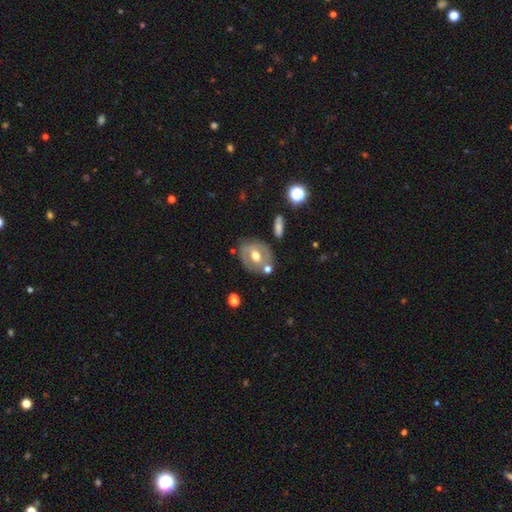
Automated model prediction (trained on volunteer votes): Smooth or featured? Predicted: featured or disk (p=0.56). Edge-on disk? Predicted: no (p=0.93). Bar? Predicted: no (p=0.53). Spiral arms? Predicted: no (p=0.66). Bulge size? Predicted: moderate (p=0.77). Merging? Predicted: none (p=0.69).